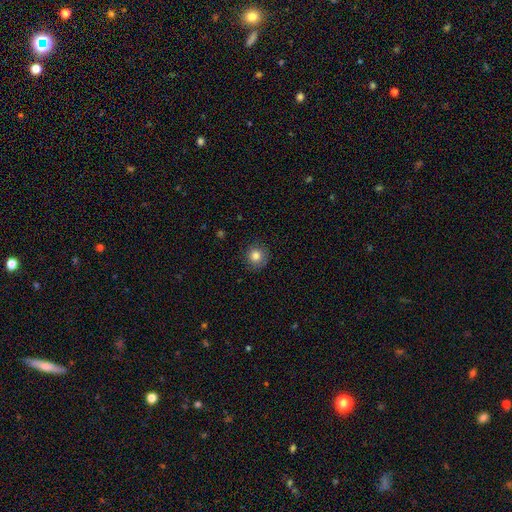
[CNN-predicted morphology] smooth-or-featured: smooth: 82% | star or artifact: 10% | featured or disk: 7%
  how-rounded: round: 92% | in between: 7% | cigar-shaped: 1%
  merging: none: 87% | minor disturbance: 10% | major disturbance: 3% | merger: 1%